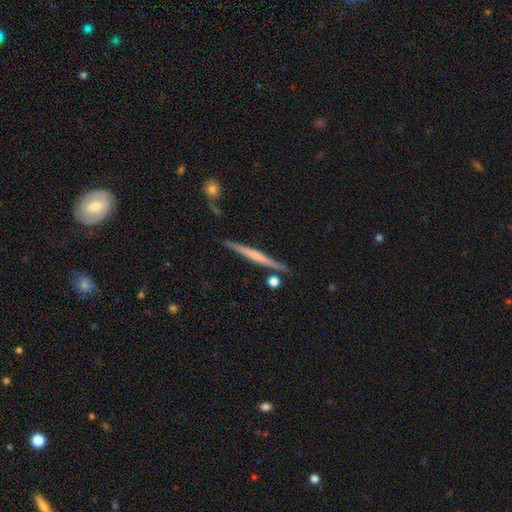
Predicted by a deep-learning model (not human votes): This is possibly a featured or disk galaxy (59%). It is clearly viewed edge-on (97%). Edge-on bulge: likely none (64%). Merging: clearly none (85%).